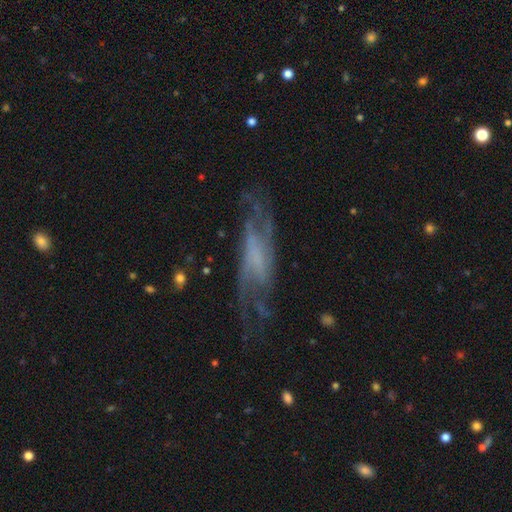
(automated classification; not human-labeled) The model was most divided on "spiral arm count": 2: 42%, can't tell: 33%, 3: 11%, 4: 5%, 1: 5%, more than 4: 4%. Remaining: spiral arms — yes (89%); edge-on disk — no (81%); smooth or featured — featured or disk (77%); merging — none (61%); bulge size — none (56%); bar — no (48%); spiral winding — medium (43%).